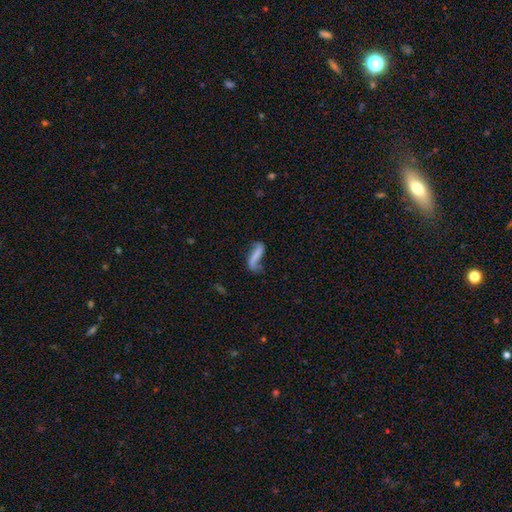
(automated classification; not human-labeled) This is possibly a smooth galaxy (49%). Merging: marginally none (42%).